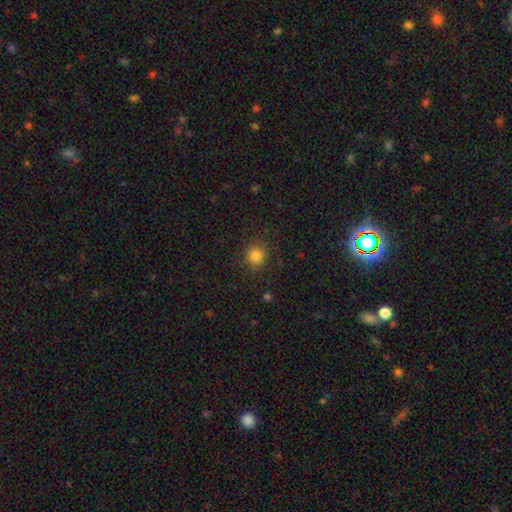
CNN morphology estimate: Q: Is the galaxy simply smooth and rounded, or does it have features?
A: smooth — 83%.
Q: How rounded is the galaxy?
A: round — 91%.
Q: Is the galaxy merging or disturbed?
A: none — 88%.